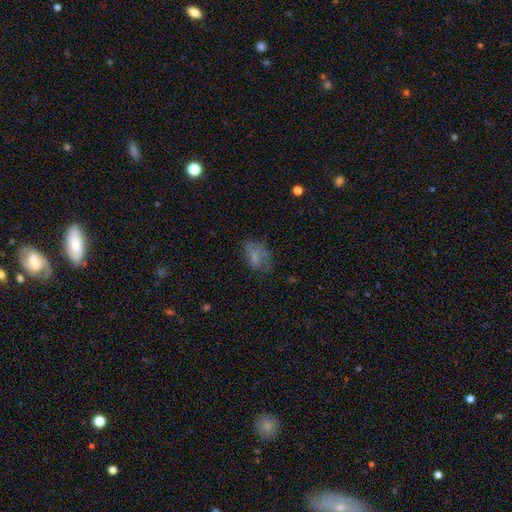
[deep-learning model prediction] Smooth or featured: smooth — 62% (featured or disk — 25%)
How rounded: in between — 85% (round — 12%)
Merging: none — 47% (minor disturbance — 27%)